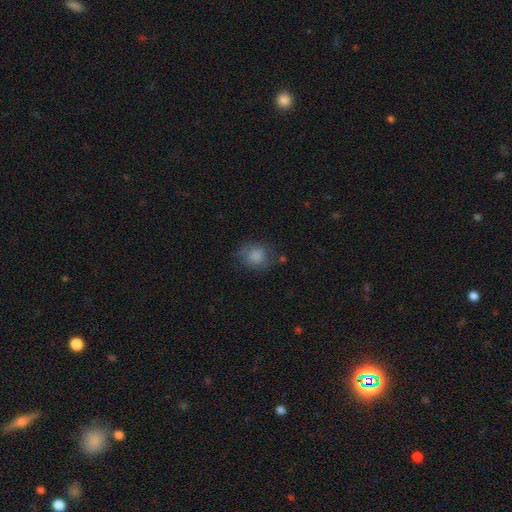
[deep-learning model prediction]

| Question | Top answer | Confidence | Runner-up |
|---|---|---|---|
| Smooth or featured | smooth | 82% | featured or disk (9%) |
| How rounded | round | 71% | in between (28%) |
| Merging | none | 66% | minor disturbance (22%) |